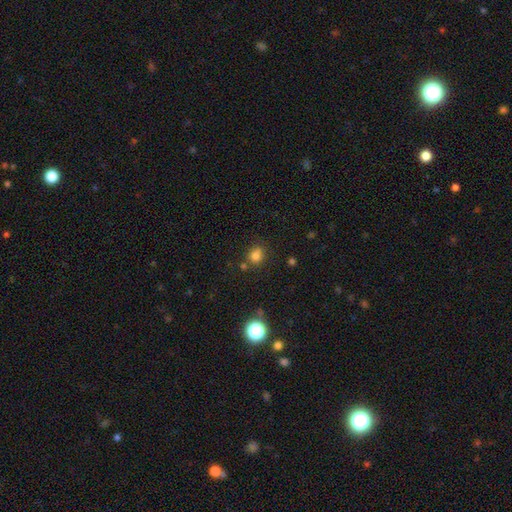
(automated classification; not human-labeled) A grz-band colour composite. It shows a smooth galaxy with no disk features (77%) that is round (73%). Merging: none (68%).